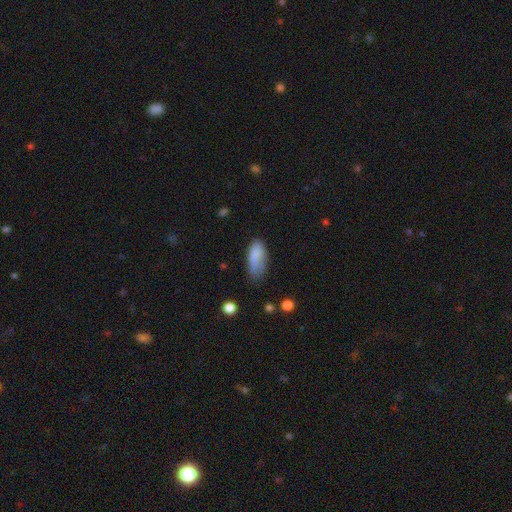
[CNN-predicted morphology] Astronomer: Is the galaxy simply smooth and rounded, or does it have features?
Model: smooth — 81%.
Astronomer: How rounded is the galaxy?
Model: in between — 83%.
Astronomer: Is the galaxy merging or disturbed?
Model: none — 43% (runner-up: minor disturbance, 37%).